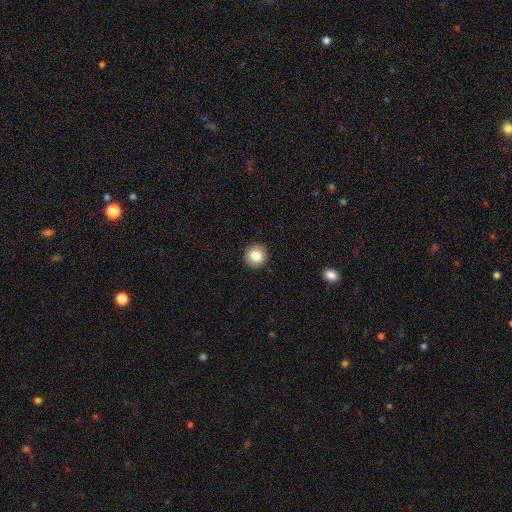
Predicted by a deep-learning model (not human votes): A smooth galaxy with no disk features (83%) that is round (93%). Merging: none (93%).